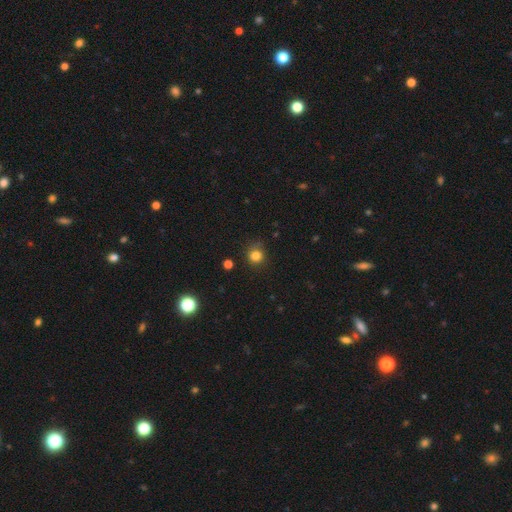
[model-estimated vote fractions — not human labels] Smooth or featured? Predicted: smooth (p=0.82). How rounded? Predicted: round (p=0.89). Merging? Predicted: none (p=0.78).